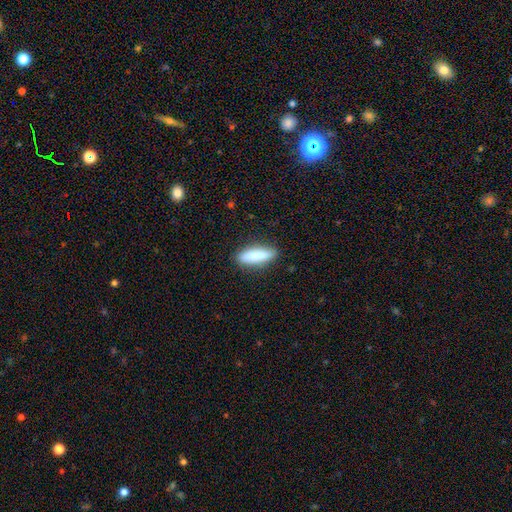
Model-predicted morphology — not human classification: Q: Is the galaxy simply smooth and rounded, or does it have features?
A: smooth — 86%.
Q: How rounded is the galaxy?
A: cigar-shaped — 51%.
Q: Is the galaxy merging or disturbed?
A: none — 88%.